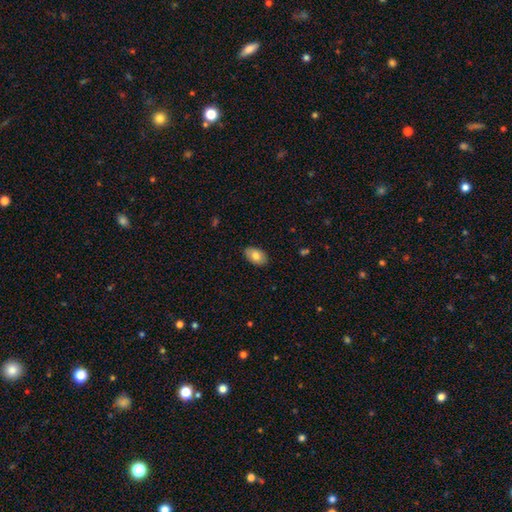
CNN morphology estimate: Smooth or featured: smooth — 80% (featured or disk — 14%)
How rounded: in between — 92% (round — 6%)
Merging: none — 88% (minor disturbance — 10%)